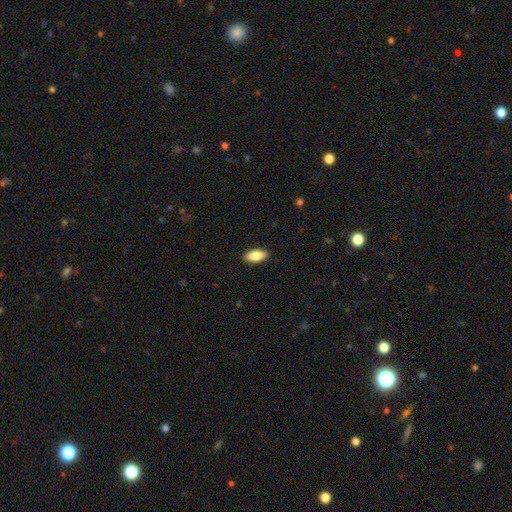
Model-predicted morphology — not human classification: Smooth or featured: smooth — 81% (featured or disk — 13%)
How rounded: in between — 89% (cigar-shaped — 8%)
Merging: none — 90% (minor disturbance — 8%)